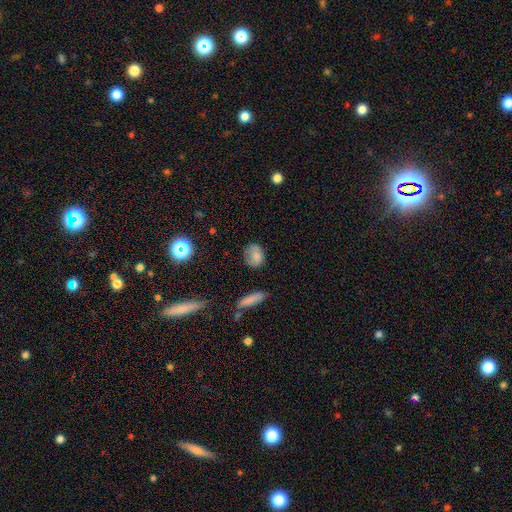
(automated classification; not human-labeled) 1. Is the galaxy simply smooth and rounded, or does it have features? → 80% smooth, 10% star or artifact, 10% featured or disk.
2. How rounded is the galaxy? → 57% in between, 41% round, 2% cigar-shaped.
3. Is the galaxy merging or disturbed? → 62% none, 27% minor disturbance, 9% major disturbance, 3% merger.